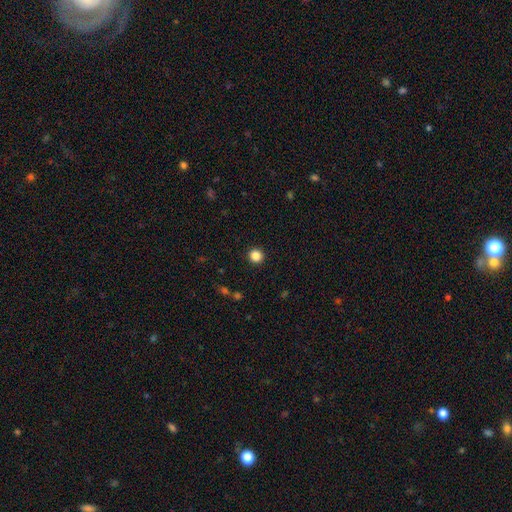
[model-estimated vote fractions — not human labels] The model was most divided on "smooth or featured": smooth: 86%, star or artifact: 11%, featured or disk: 3%. More confident: merging — none (92%); how rounded — round (92%).